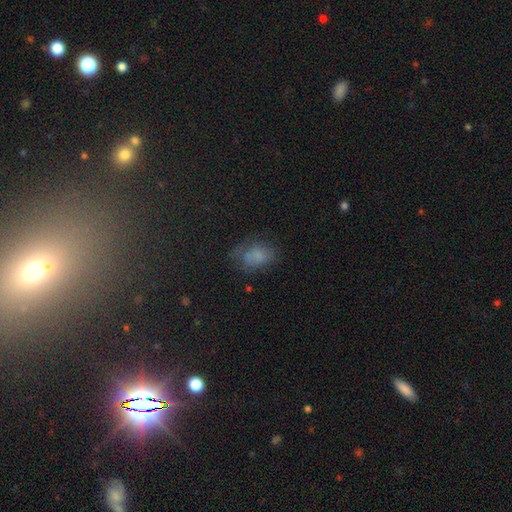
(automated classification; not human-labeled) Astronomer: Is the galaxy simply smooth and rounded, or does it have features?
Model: smooth — 65%.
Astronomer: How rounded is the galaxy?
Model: in between — 75%.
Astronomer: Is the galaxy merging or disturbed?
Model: none — 49% (runner-up: minor disturbance, 27%).